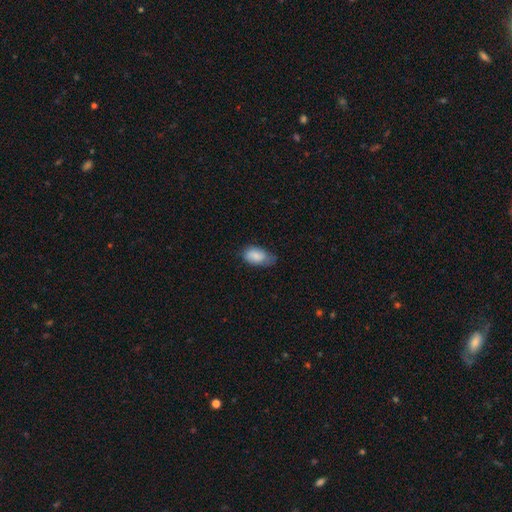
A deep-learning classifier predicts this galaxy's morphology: Overall: smooth (82%). How rounded: in between (92%). Merging: none (49%; minor disturbance 40%).